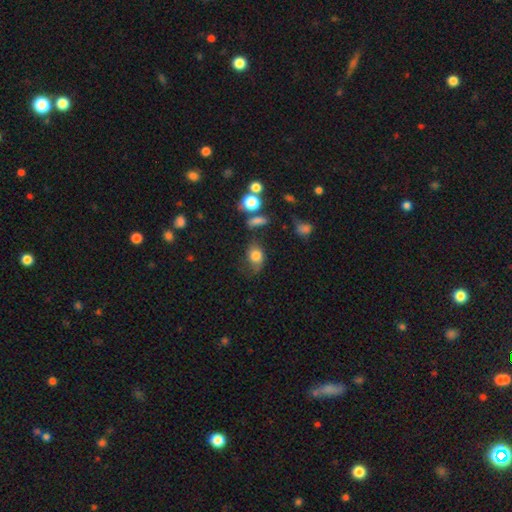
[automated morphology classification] Smooth or featured? smooth (74%)
How rounded? in between (63%)
Merging? none (48%)